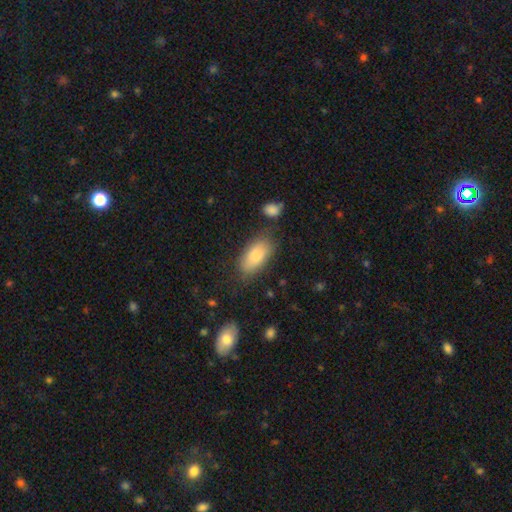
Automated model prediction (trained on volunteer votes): Smooth or featured?
  - smooth: 84% *
  - featured or disk: 9%
  - star or artifact: 6%
How rounded?
  - in between: 90% *
  - cigar-shaped: 7%
  - round: 3%
Merging?
  - none: 69% *
  - minor disturbance: 19%
  - major disturbance: 7%
  - merger: 5%